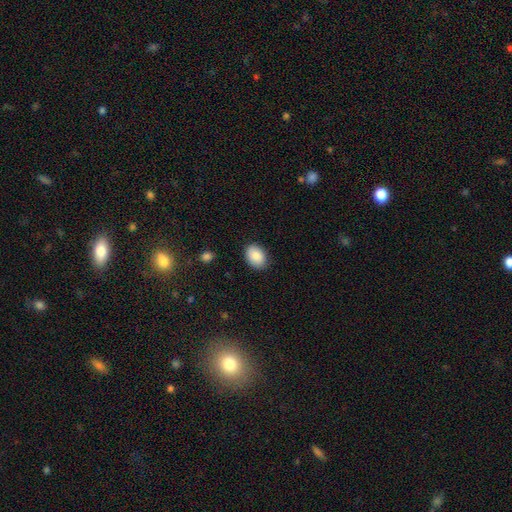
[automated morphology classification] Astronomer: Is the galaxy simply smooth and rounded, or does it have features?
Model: smooth — 88%.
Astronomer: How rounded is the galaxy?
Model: in between — 79%.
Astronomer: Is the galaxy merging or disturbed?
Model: none — 86%.